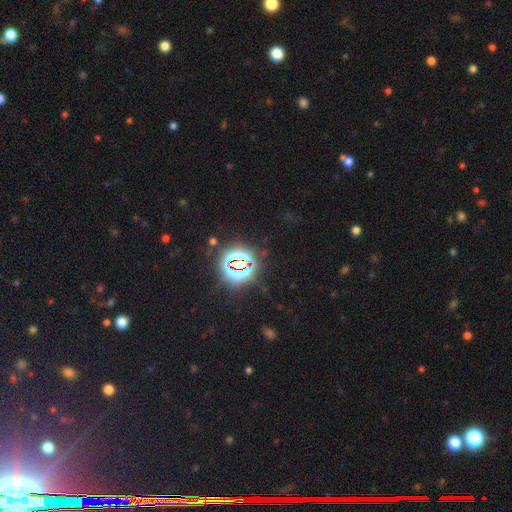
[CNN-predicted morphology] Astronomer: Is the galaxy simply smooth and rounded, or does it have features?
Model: star or artifact — 82%.